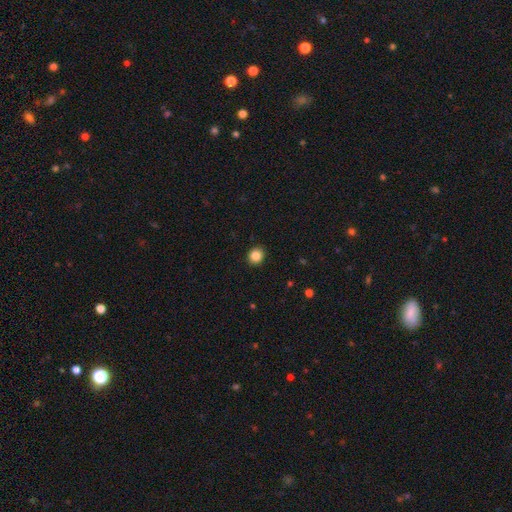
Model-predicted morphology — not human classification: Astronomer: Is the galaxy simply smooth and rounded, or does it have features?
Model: smooth — 85%.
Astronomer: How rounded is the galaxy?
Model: round — 82%.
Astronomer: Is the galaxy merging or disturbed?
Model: none — 92%.